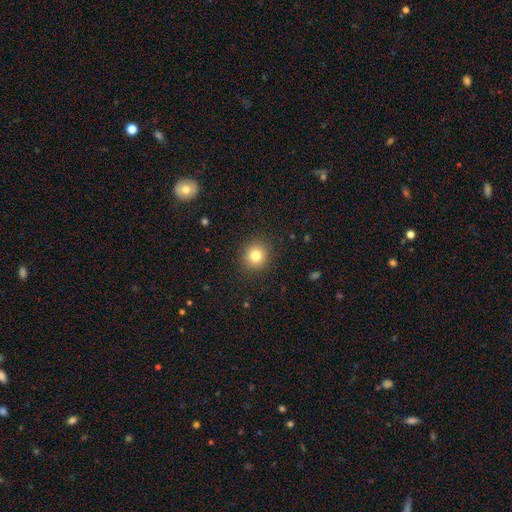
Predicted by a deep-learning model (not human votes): Smooth or featured? Predicted: smooth (p=0.80). How rounded? Predicted: round (p=0.91). Merging? Predicted: none (p=0.91).